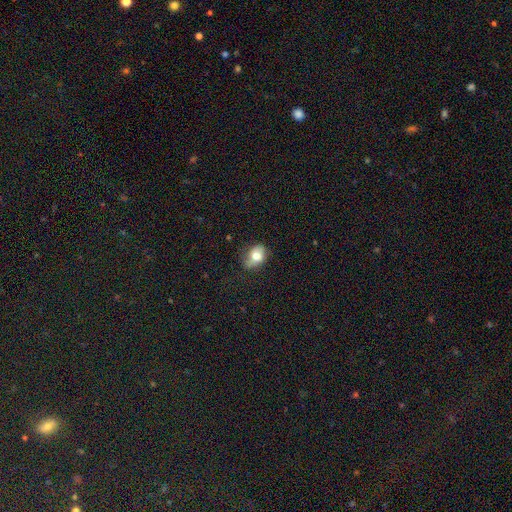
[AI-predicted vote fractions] A smooth galaxy with no disk features (70%) that is in between round and cigar-shaped (71%).

Vote fractions:
- Smooth or featured? smooth: 70% / featured or disk: 21% / star or artifact: 9%
- How rounded? in between: 71% / round: 27% / cigar-shaped: 2%
- Merging? none: 65% / minor disturbance: 26% / major disturbance: 7% / merger: 2%